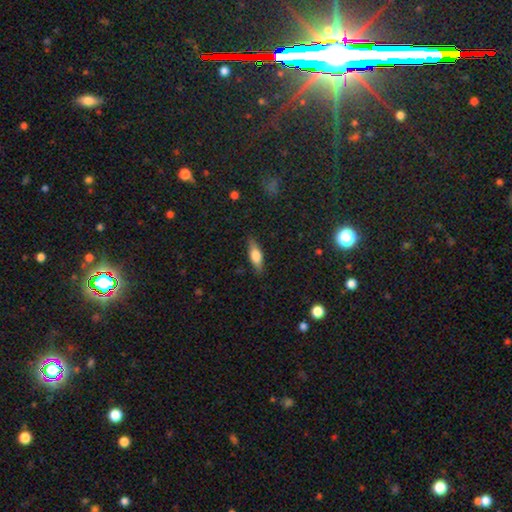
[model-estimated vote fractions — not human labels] A smooth galaxy with no disk features (59%) that is in between round and cigar-shaped (53%). Merging: none (85%).